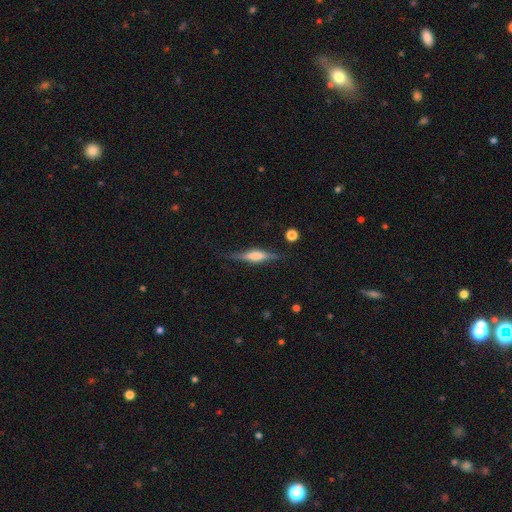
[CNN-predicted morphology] type=featured or disk (72%); edge-on=yes (97%); edge-on bulge=rounded (65%); merging=none (81%).